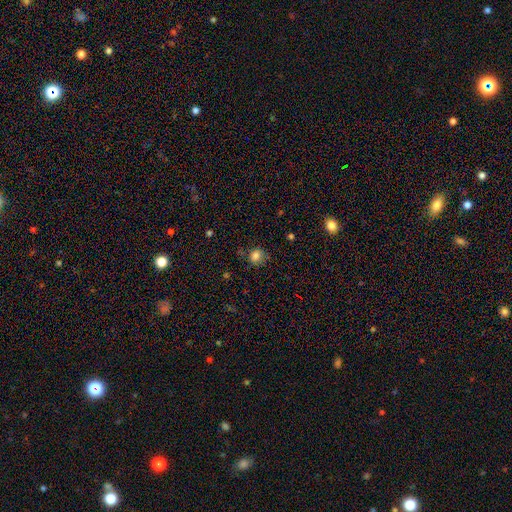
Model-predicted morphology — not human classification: Smooth or featured: smooth — 81% (star or artifact — 13%)
How rounded: round — 69% (in between — 30%)
Merging: none — 71% (minor disturbance — 20%)